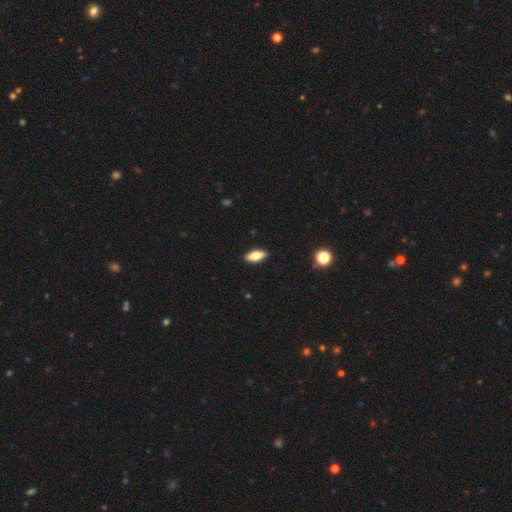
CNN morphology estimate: Smooth or featured: smooth — 66% (featured or disk — 27%)
How rounded: in between — 77% (cigar-shaped — 20%)
Merging: none — 89% (minor disturbance — 8%)